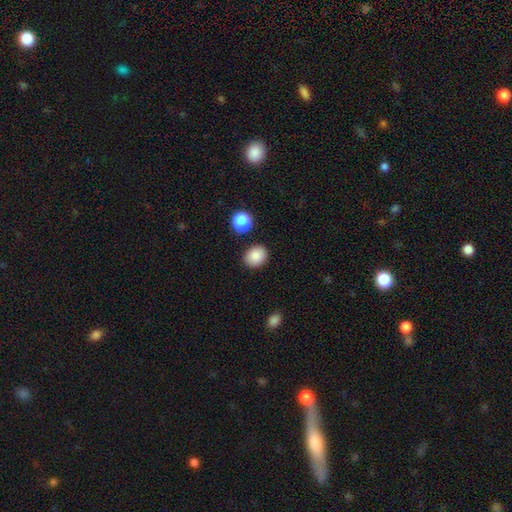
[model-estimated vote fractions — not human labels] Smooth or featured? Predicted: smooth (p=0.87). How rounded? Predicted: round (p=0.56). Merging? Predicted: none (p=0.86).